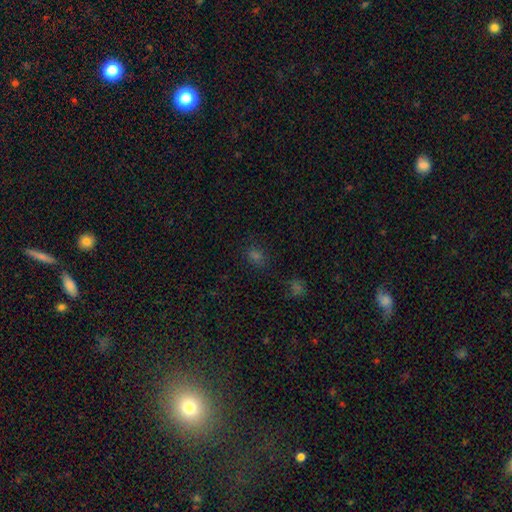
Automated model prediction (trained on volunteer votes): Smooth or featured? smooth (58%)
How rounded? round (50%)
Merging? none (81%)